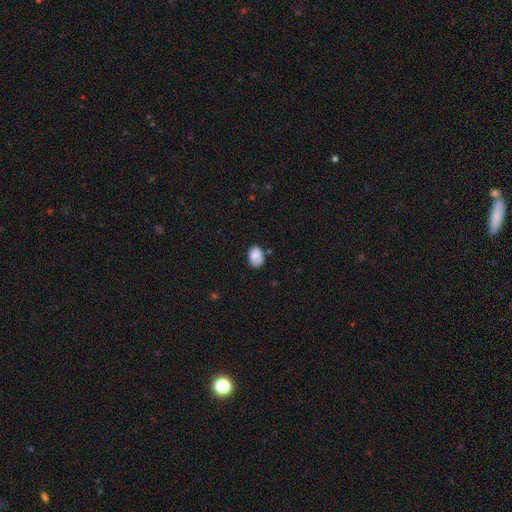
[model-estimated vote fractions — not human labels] Q: Smooth or featured?
A: smooth (86%); runner-up: star or artifact (8%)
Q: How rounded?
A: in between (74%); runner-up: round (25%)
Q: Merging?
A: none (70%); runner-up: minor disturbance (21%)